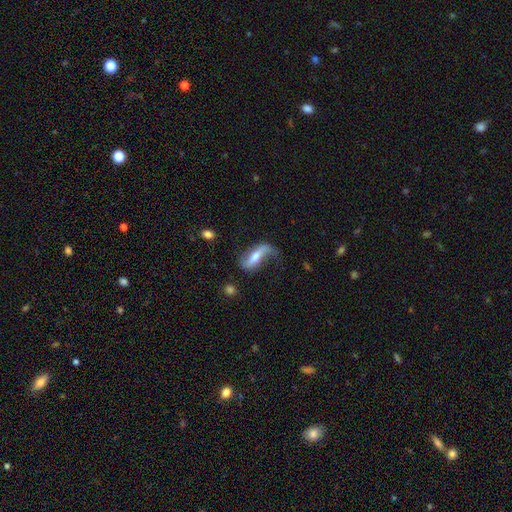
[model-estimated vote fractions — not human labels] Q: Smooth or featured?
A: featured or disk (64%); runner-up: smooth (29%)
Q: Edge-on disk?
A: no (82%); runner-up: yes (18%)
Q: Bar?
A: strong (41%); runner-up: weak (32%)
Q: Spiral arms?
A: yes (83%); runner-up: no (17%)
Q: Bulge size?
A: moderate (56%); runner-up: small (23%)
Q: Merging?
A: none (45%); runner-up: minor disturbance (26%)